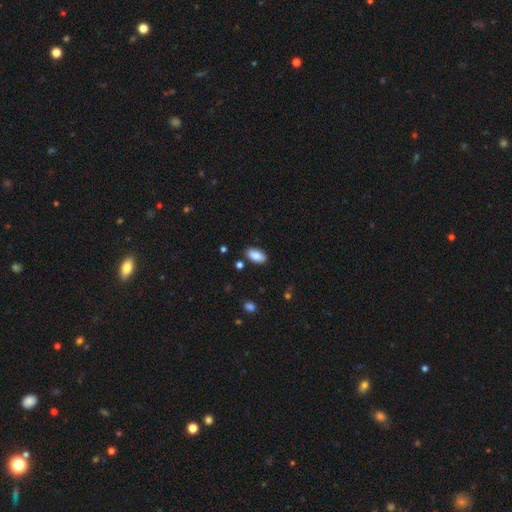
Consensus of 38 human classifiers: This appears to be a smooth galaxy with no disk features (87%) that is in between round and cigar-shaped (94%). Merging: none (86%).